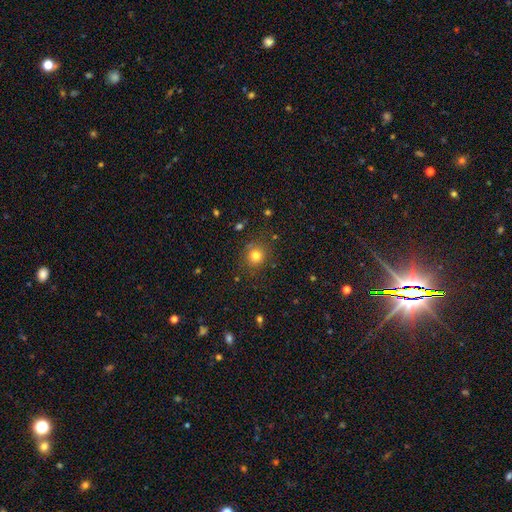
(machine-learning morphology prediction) Overall: smooth (78%). How rounded: round (89%). Merging: none (84%).